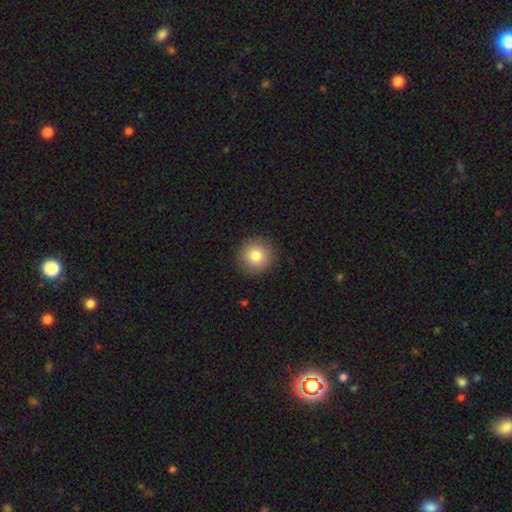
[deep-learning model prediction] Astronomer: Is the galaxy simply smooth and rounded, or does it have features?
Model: smooth — 82%.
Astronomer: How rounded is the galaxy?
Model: round — 94%.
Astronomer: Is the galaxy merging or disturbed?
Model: none — 91%.